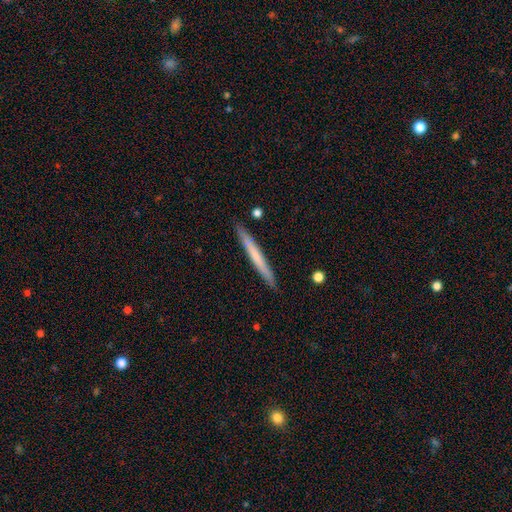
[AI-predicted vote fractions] smooth 59%, featured or disk 36%, star or artifact 5%. Down the decision tree: how rounded — cigar-shaped (97%); merging — none (91%).